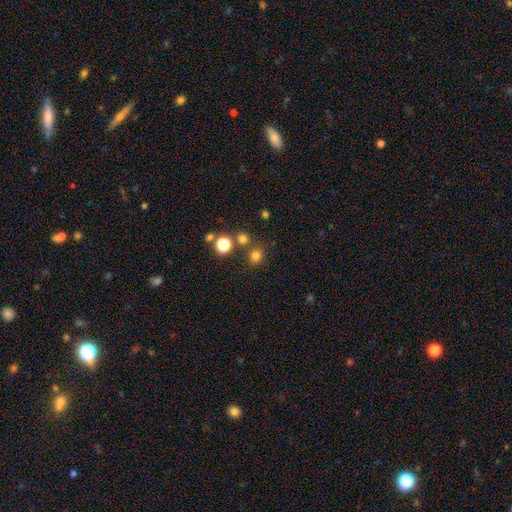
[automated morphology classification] The model was most divided on "smooth or featured": smooth: 76%, star or artifact: 19%, featured or disk: 5%. More confident: how rounded — round (88%); merging — none (77%).